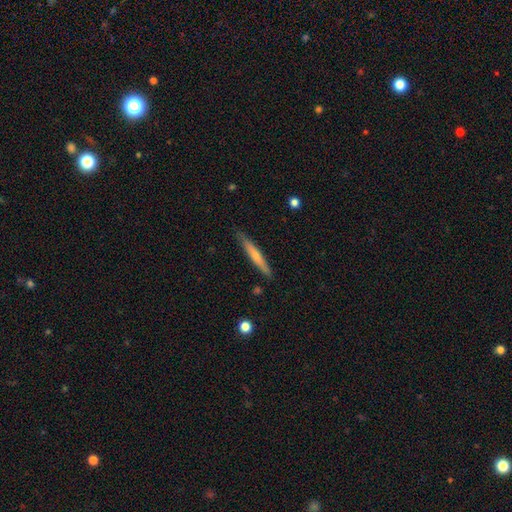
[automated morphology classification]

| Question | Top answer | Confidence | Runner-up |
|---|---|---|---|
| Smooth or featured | smooth | 51% | featured or disk (43%) |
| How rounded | cigar-shaped | 94% | in between (4%) |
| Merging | none | 86% | minor disturbance (11%) |